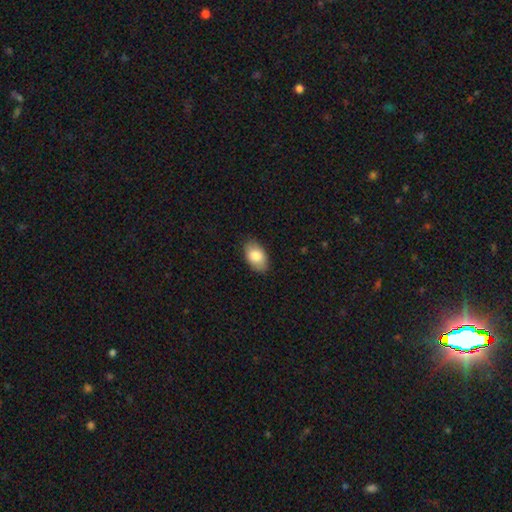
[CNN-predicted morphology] Q: Smooth or featured?
A: smooth (84%); runner-up: featured or disk (10%)
Q: How rounded?
A: in between (93%); runner-up: round (6%)
Q: Merging?
A: none (86%); runner-up: minor disturbance (11%)